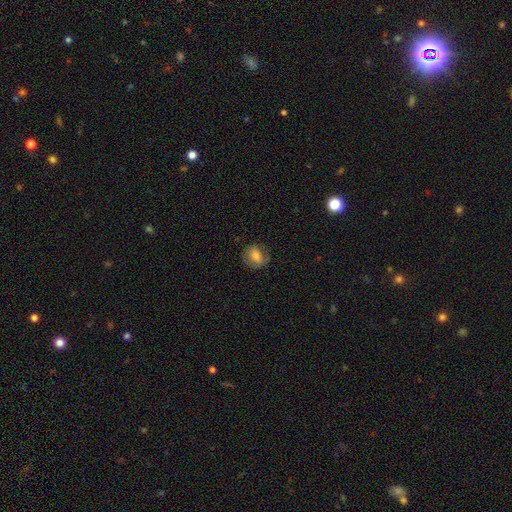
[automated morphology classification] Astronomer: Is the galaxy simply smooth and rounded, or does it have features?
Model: smooth — 66%.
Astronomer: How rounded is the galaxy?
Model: round — 63%.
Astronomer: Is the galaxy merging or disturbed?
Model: none — 74%.